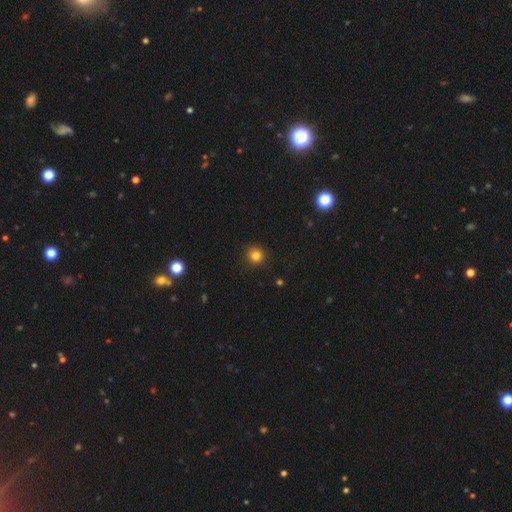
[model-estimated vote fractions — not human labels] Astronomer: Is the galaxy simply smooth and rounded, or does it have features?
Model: smooth — 83%.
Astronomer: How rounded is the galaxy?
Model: round — 93%.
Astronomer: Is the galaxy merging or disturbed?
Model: none — 91%.